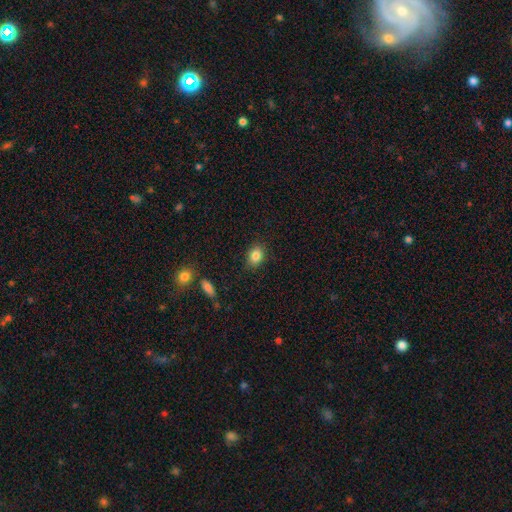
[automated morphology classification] The model was most divided on "how rounded": in between: 61%, round: 38%, cigar-shaped: 1%. More confident: merging — none (86%); smooth or featured — smooth (84%).